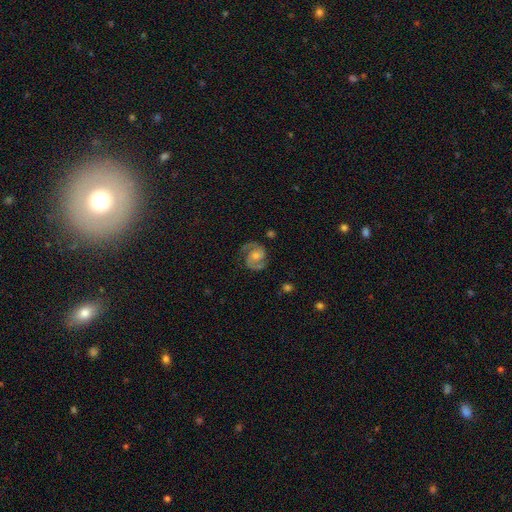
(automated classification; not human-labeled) The model was most divided on "bulge size": moderate: 54%, small: 39%, none: 3%, large: 3%, dominant: 1%. More confident: edge-on disk — no (98%); spiral arms — yes (98%); spiral arm count — 2 (93%); smooth or featured — featured or disk (89%); merging — none (82%); bar — no (58%); spiral winding — medium (54%).